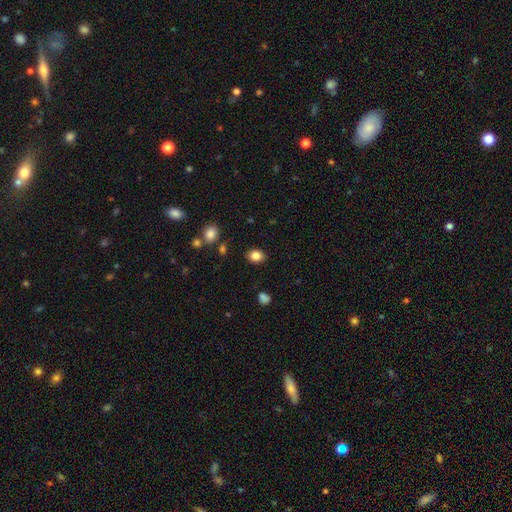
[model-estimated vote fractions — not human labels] Overall: smooth (85%). How rounded: in between (59%; round 40%). Merging: none (86%).